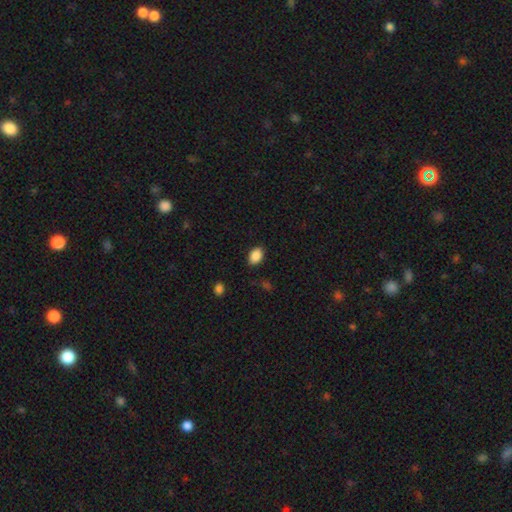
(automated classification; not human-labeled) This appears to be a smooth galaxy with no disk features (88%) that is in between round and cigar-shaped (84%). Merging: none (86%).